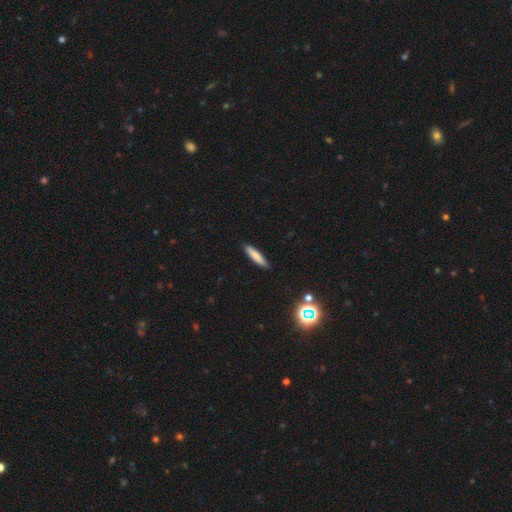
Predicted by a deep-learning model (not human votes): Morphology: type=smooth (79%); roundness=cigar-shaped (83%); merging=none (89%).